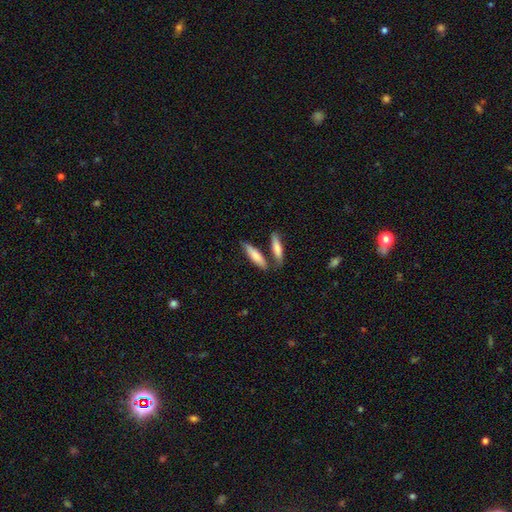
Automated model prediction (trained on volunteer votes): This is likely a smooth galaxy (76%). How rounded: likely cigar-shaped (70%). Merging: likely none (66%).